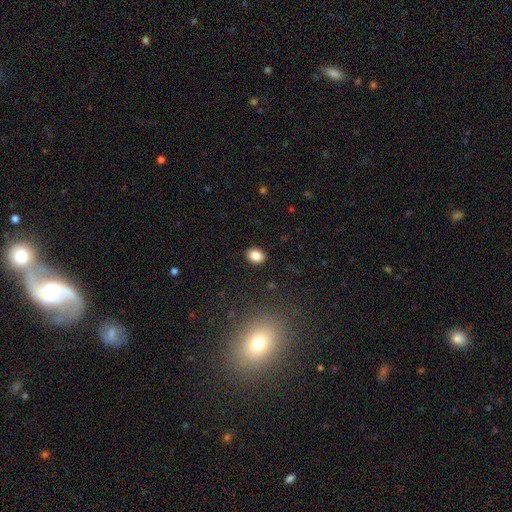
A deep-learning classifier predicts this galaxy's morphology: Overall: smooth (85%). How rounded: in between (64%; round 35%). Merging: none (90%).